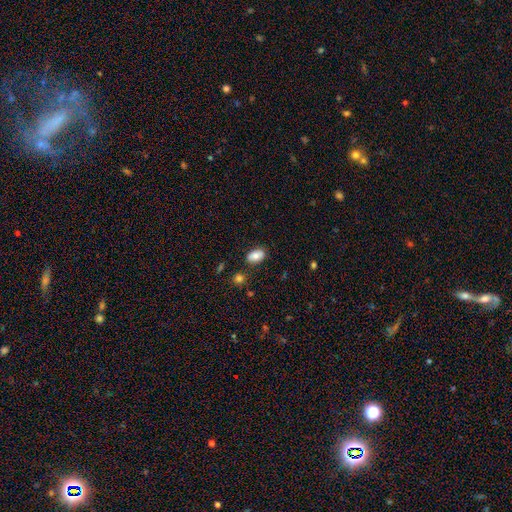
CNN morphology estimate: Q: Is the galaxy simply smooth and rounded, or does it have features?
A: smooth — 78%.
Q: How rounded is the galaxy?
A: in between — 90%.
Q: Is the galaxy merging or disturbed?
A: none — 79%.